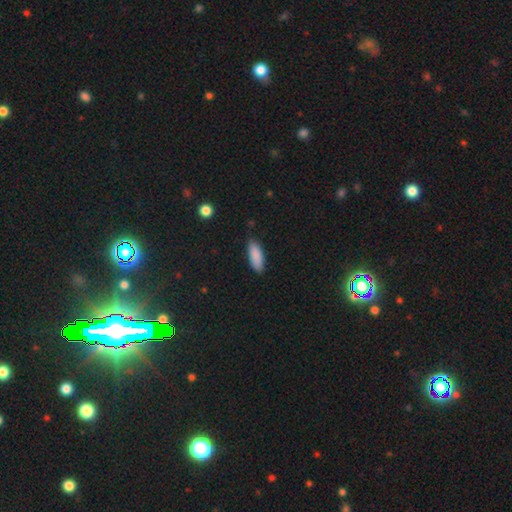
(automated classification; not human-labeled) Smooth or featured?
  - smooth: 89% *
  - star or artifact: 6%
  - featured or disk: 5%
How rounded?
  - in between: 68% *
  - cigar-shaped: 30%
  - round: 2%
Merging?
  - none: 85% *
  - minor disturbance: 11%
  - major disturbance: 2%
  - merger: 1%